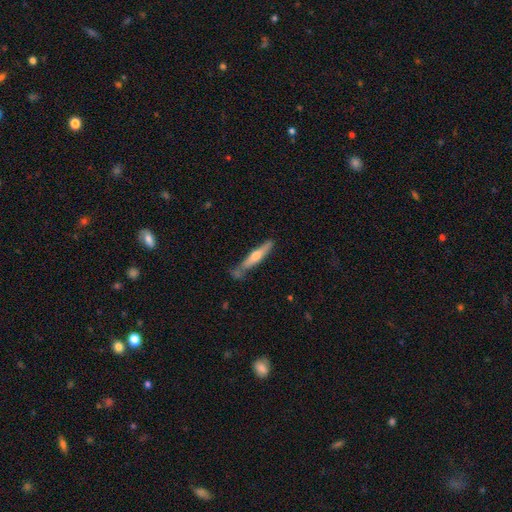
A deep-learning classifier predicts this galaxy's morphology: featured or disk 54%, smooth 41%, star or artifact 5%. Down the decision tree: edge-on disk — yes (94%); edge-on bulge — rounded (85%); merging — none (72%).